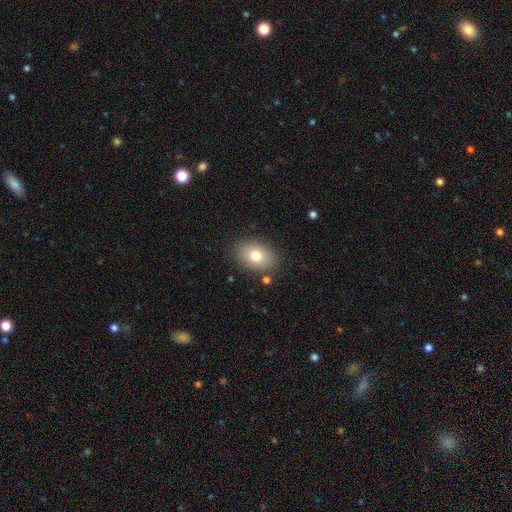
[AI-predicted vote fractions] This is likely a smooth galaxy (77%). How rounded: likely in between (78%). Merging: clearly none (84%).